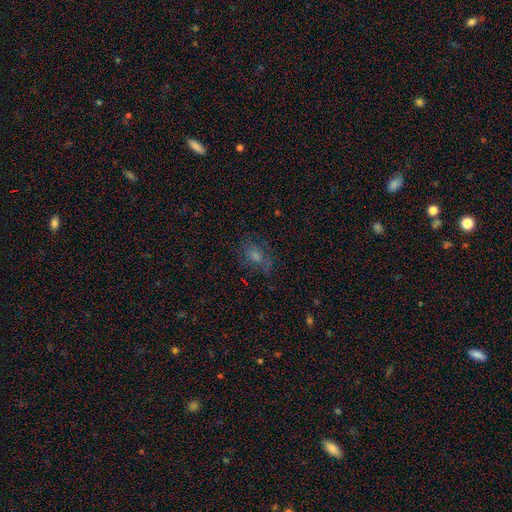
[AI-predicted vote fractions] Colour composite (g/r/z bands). It shows a smooth galaxy with no disk features (55%) that is in between round and cigar-shaped (73%). Merging: none (64%).